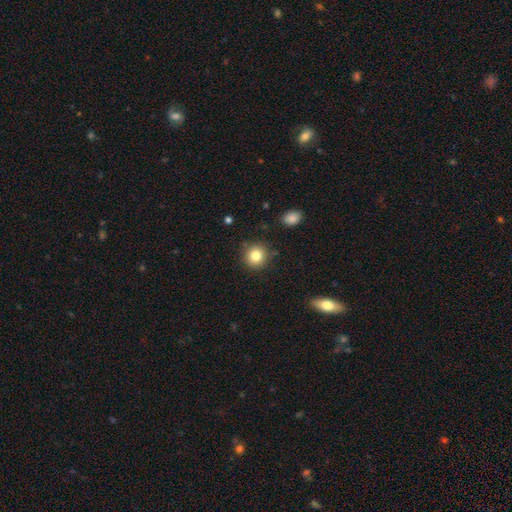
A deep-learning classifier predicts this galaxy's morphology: Smooth or featured? smooth (82%)
How rounded? round (92%)
Merging? none (88%)